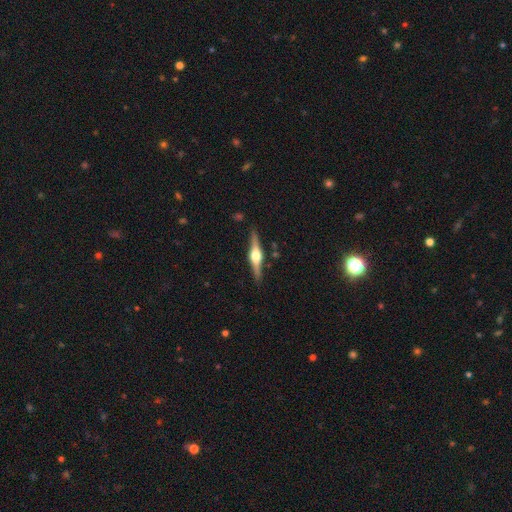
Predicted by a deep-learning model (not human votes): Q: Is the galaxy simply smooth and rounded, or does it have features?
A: featured or disk — 80%.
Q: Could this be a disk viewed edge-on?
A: yes — 98%.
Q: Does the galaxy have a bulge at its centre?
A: rounded — 94%.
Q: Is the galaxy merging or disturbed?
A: none — 88%.